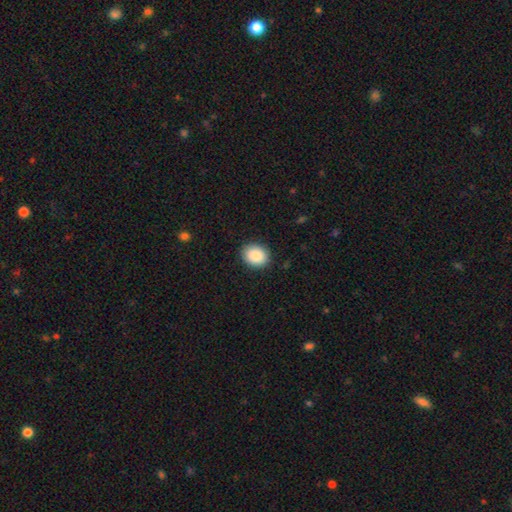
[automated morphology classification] Smooth or featured: smooth — 90% (star or artifact — 7%)
How rounded: round — 52% (in between — 47%)
Merging: none — 89% (minor disturbance — 8%)